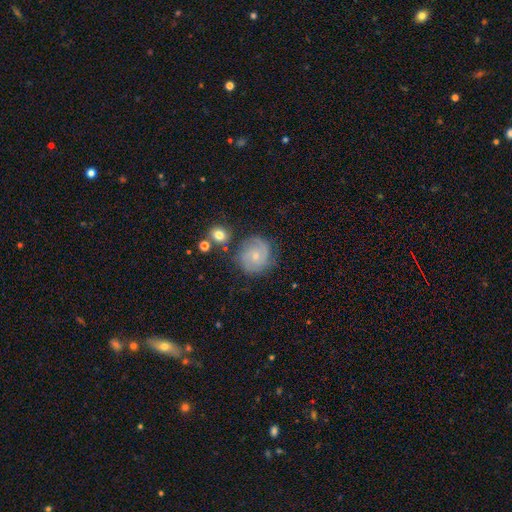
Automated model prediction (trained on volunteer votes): A featured or disk galaxy (65%) with no bar (74%), 2 (50%) tight (50%) spiral arms (90%) and a small central bulge (68%). Merging: none (73%).